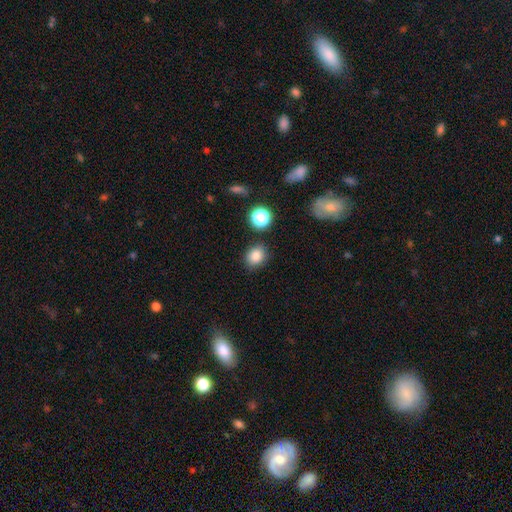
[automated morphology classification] This is clearly a smooth galaxy (83%). How rounded: likely round (63%). Merging: clearly none (83%).